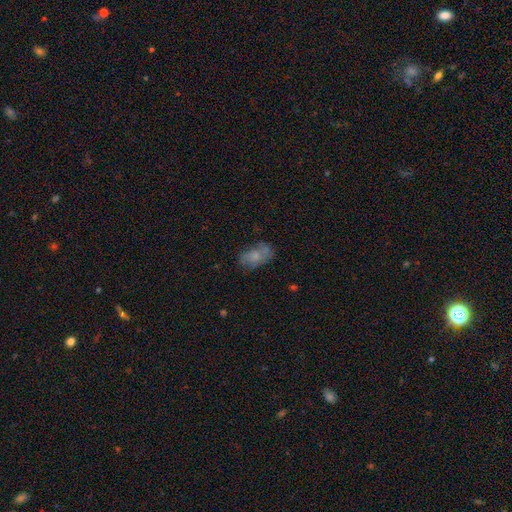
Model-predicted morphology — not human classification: Q: Smooth or featured?
A: smooth (59%); runner-up: featured or disk (32%)
Q: How rounded?
A: in between (90%); runner-up: round (7%)
Q: Merging?
A: none (61%); runner-up: minor disturbance (26%)